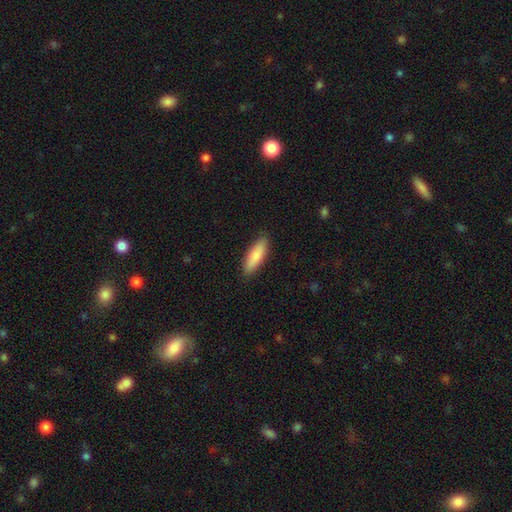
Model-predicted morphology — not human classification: Smooth or featured?
  - smooth: 85% *
  - featured or disk: 9%
  - star or artifact: 6%
How rounded?
  - cigar-shaped: 50% *
  - in between: 48%
  - round: 2%
Merging?
  - none: 88% *
  - minor disturbance: 9%
  - major disturbance: 2%
  - merger: 1%